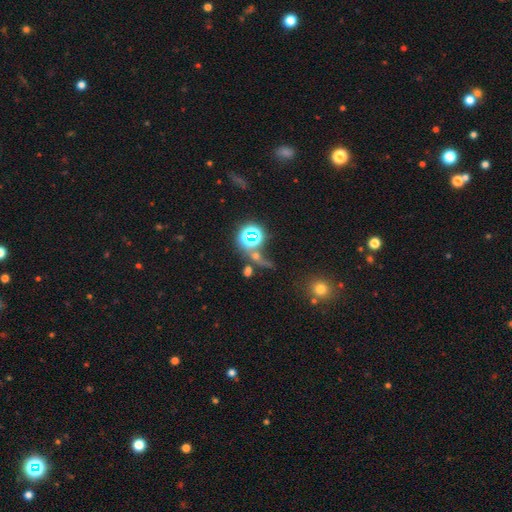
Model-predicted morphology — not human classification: Smooth or featured: star or artifact — 56% (smooth — 28%)